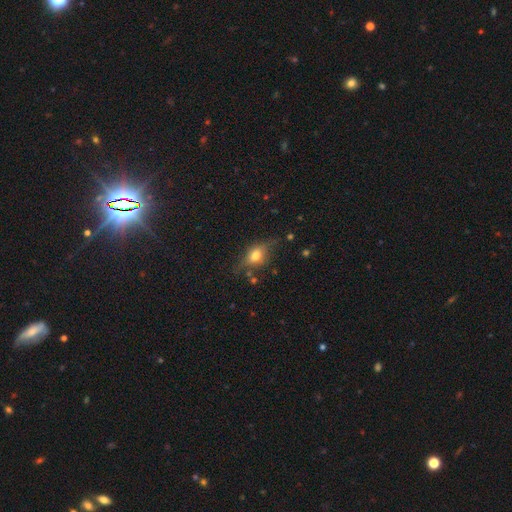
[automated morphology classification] A smooth galaxy with no disk features (57%) that is in between round and cigar-shaped (71%). Merging: none (63%).